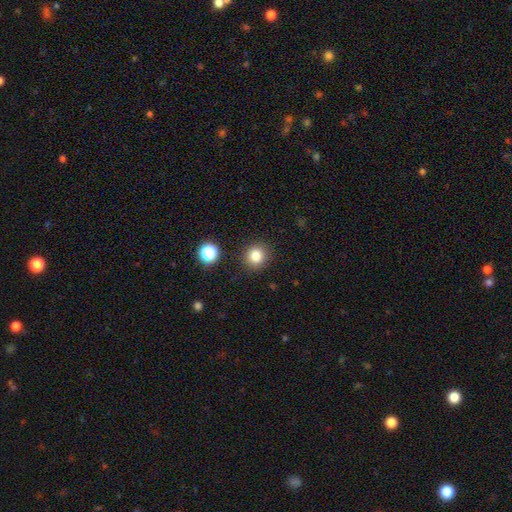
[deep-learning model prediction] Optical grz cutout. It shows a smooth galaxy with no disk features (82%) that is round (87%). Merging: none (88%).